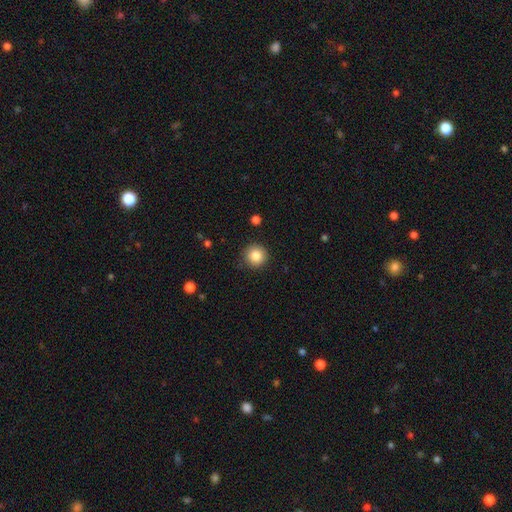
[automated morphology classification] Smooth or featured?
  - smooth: 85% *
  - star or artifact: 10%
  - featured or disk: 6%
How rounded?
  - round: 95% *
  - in between: 4%
  - cigar-shaped: 1%
Merging?
  - none: 90% *
  - minor disturbance: 7%
  - major disturbance: 2%
  - merger: 1%